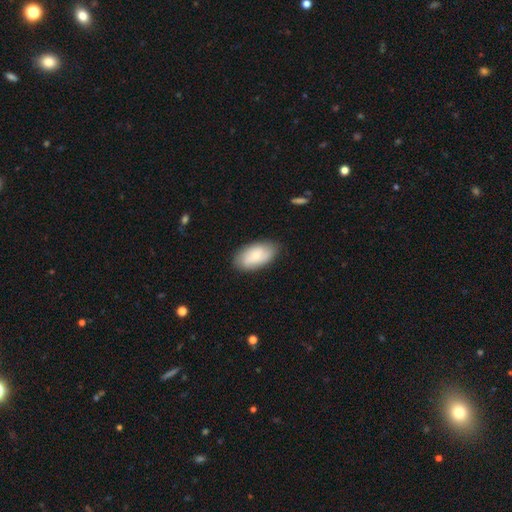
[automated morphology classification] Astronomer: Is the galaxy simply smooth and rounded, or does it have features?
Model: smooth — 68%.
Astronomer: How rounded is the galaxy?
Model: in between — 94%.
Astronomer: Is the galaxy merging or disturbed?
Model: none — 83%.